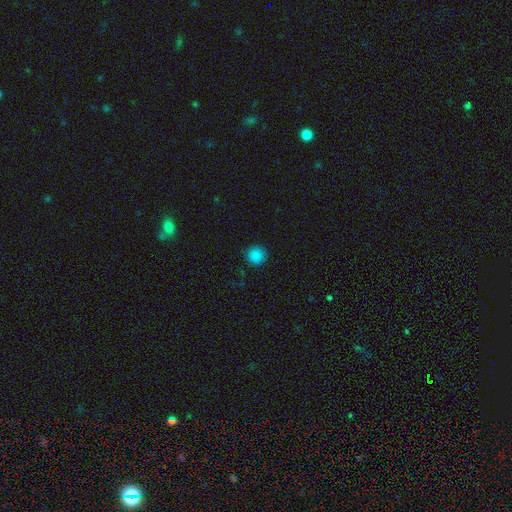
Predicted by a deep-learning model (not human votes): Smooth or featured: smooth — 86% (star or artifact — 12%)
How rounded: round — 95% (in between — 4%)
Merging: none — 91% (minor disturbance — 6%)